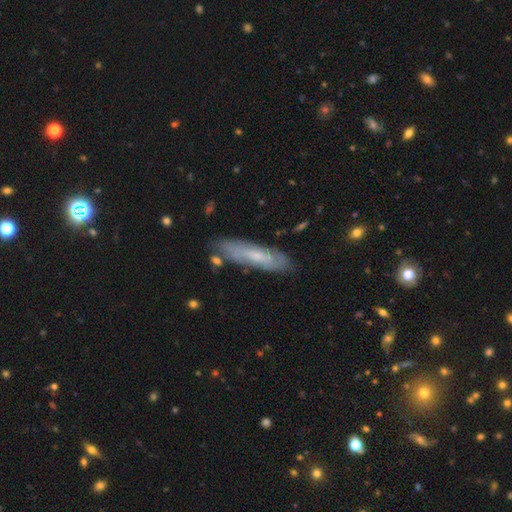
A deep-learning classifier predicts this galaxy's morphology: A featured or disk galaxy (49%). Merging: none (78%).